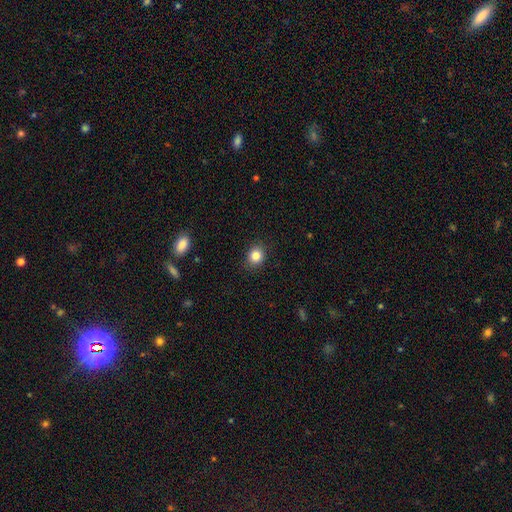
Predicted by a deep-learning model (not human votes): Overall: smooth (84%). How rounded: round (71%). Merging: none (88%).